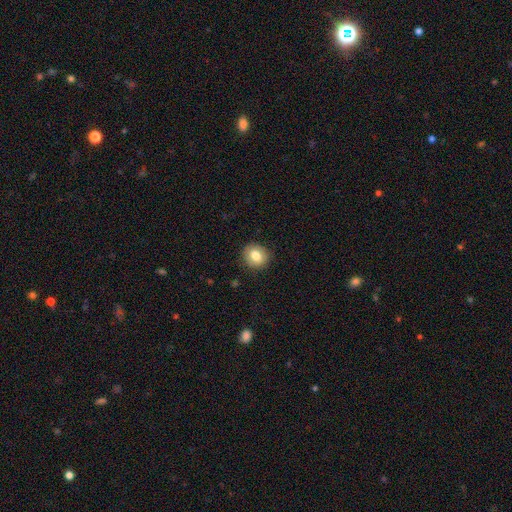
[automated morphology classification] A smooth galaxy with no disk features (80%) that is round (79%). Merging: none (88%).